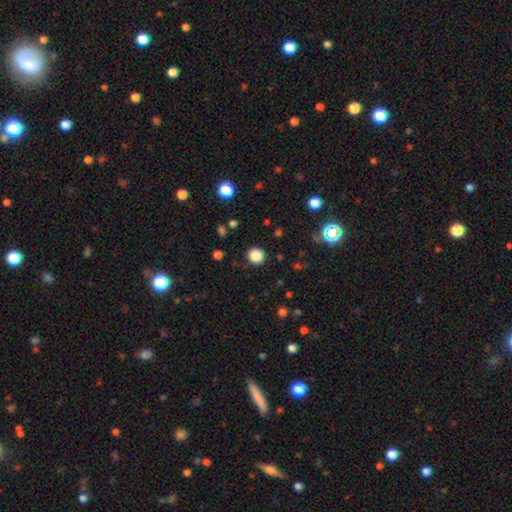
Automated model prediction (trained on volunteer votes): Smooth or featured?
  - smooth: 85% *
  - star or artifact: 12%
  - featured or disk: 3%
How rounded?
  - round: 91% *
  - in between: 8%
  - cigar-shaped: 1%
Merging?
  - none: 90% *
  - minor disturbance: 6%
  - major disturbance: 2%
  - merger: 1%